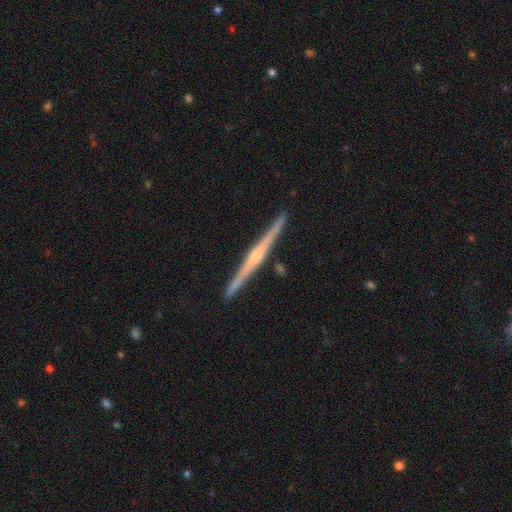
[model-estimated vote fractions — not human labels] smooth-or-featured: featured or disk: 85% | smooth: 10% | star or artifact: 5%
  disk-edge-on: yes: 99% | no: 1%
    edge-on-bulge: rounded: 78% | none: 13% | boxy: 9%
  merging: none: 92% | minor disturbance: 6% | merger: 1% | major disturbance: 1%